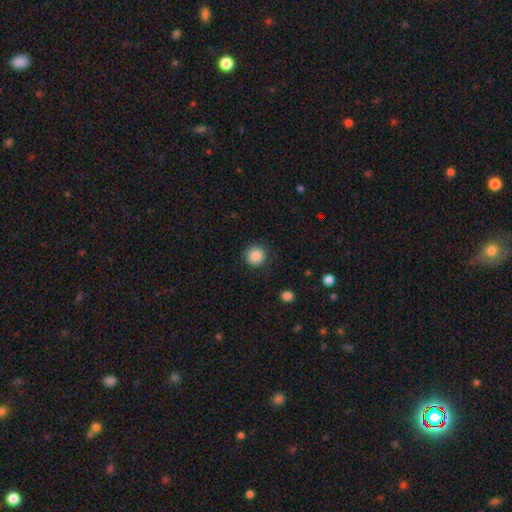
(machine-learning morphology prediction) A smooth galaxy with no disk features (87%) that is round (93%).

Vote fractions:
- Smooth or featured? smooth: 87% / star or artifact: 9% / featured or disk: 4%
- How rounded? round: 93% / in between: 6% / cigar-shaped: 1%
- Merging? none: 87% / minor disturbance: 9% / major disturbance: 3% / merger: 1%